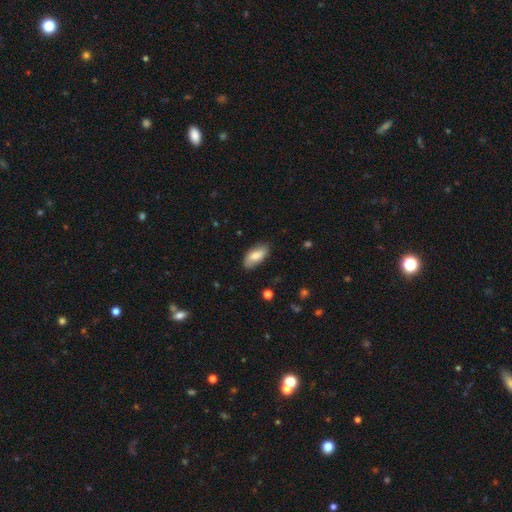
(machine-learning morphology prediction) Q: Smooth or featured?
A: smooth (74%); runner-up: featured or disk (20%)
Q: How rounded?
A: in between (92%); runner-up: cigar-shaped (6%)
Q: Merging?
A: none (82%); runner-up: minor disturbance (14%)